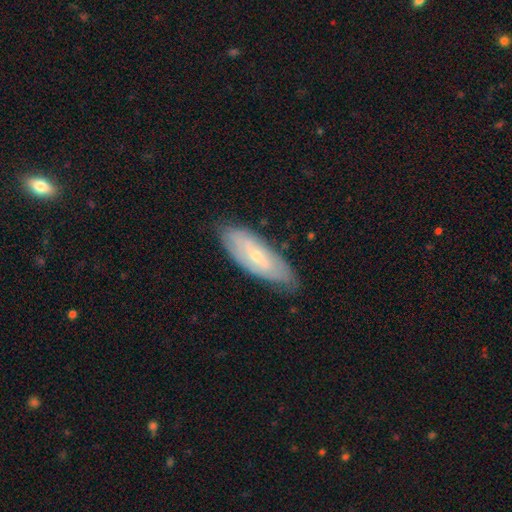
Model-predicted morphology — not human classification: This appears to be a featured or disk galaxy (61%). Merging: none (76%).